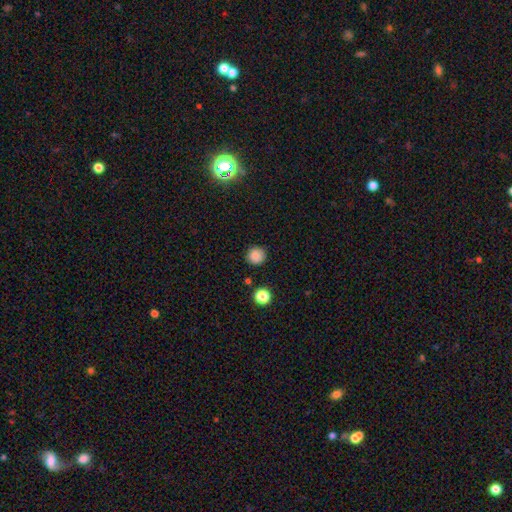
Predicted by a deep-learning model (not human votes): Smooth or featured?
  - smooth: 85% *
  - star or artifact: 11%
  - featured or disk: 4%
How rounded?
  - round: 94% *
  - in between: 5%
  - cigar-shaped: 1%
Merging?
  - none: 89% *
  - minor disturbance: 7%
  - major disturbance: 2%
  - merger: 2%